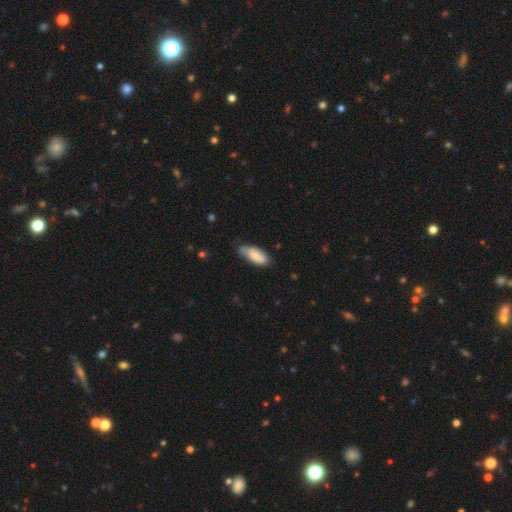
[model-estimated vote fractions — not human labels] The model was most divided on "merging": none: 62%, minor disturbance: 31%, major disturbance: 5%, merger: 2%. More confident: how rounded — in between (80%); smooth or featured — smooth (77%).